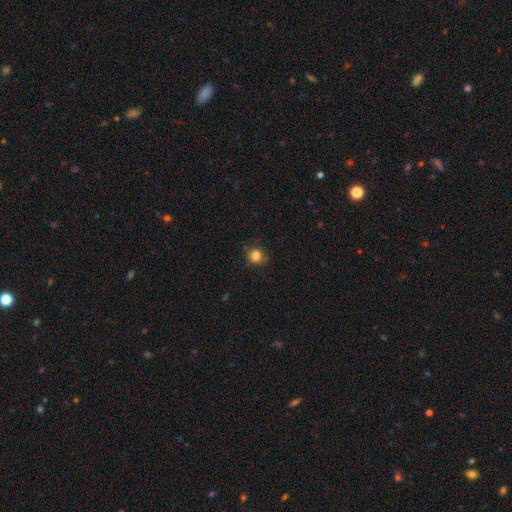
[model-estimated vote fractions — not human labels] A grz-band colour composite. It shows a smooth galaxy with no disk features (84%) that is round (79%). Merging: none (78%).